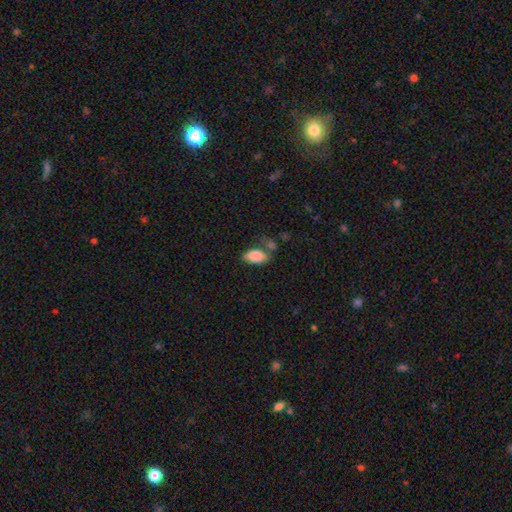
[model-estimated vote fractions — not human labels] A smooth galaxy with no disk features (86%) that is in between round and cigar-shaped (93%).

Vote fractions:
- Smooth or featured? smooth: 86% / star or artifact: 7% / featured or disk: 7%
- How rounded? in between: 93% / round: 3% / cigar-shaped: 3%
- Merging? none: 51% / minor disturbance: 22% / merger: 18% / major disturbance: 8%